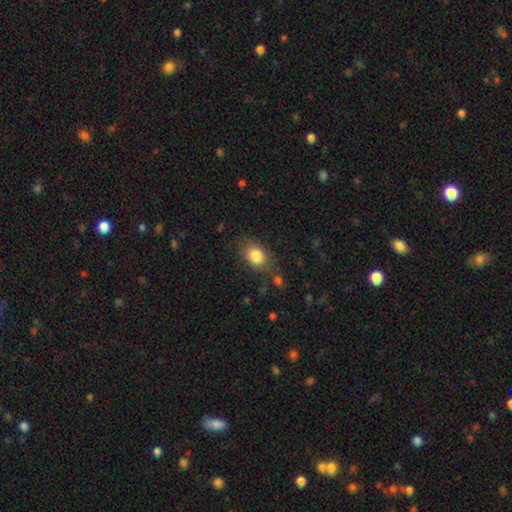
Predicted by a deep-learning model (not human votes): Smooth or featured?
  - smooth: 83% *
  - star or artifact: 9%
  - featured or disk: 8%
How rounded?
  - in between: 61% *
  - round: 38%
  - cigar-shaped: 1%
Merging?
  - none: 74% *
  - minor disturbance: 16%
  - major disturbance: 6%
  - merger: 3%